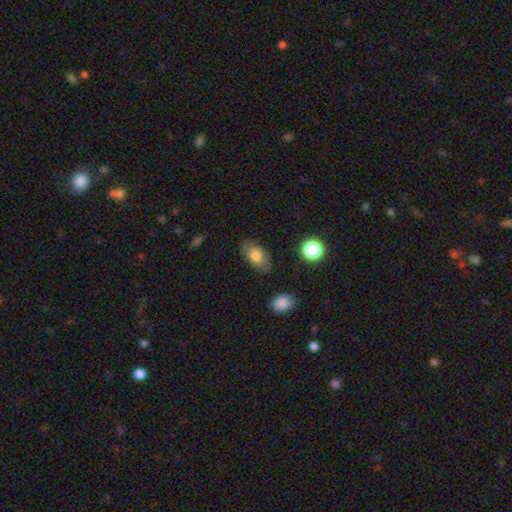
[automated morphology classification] smooth 77%, featured or disk 16%, star or artifact 8%. Down the decision tree: how rounded — in between (90%); merging — none (82%).